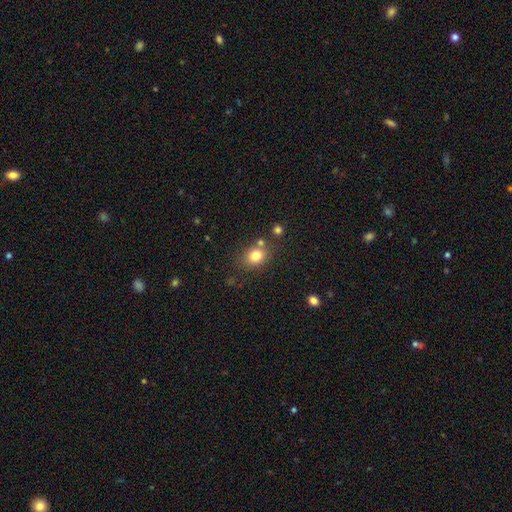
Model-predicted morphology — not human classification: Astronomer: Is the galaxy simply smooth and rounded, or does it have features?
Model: smooth — 80%.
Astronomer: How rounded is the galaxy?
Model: round — 57% (runner-up: in between, 42%).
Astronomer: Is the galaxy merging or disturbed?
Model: none — 70%.